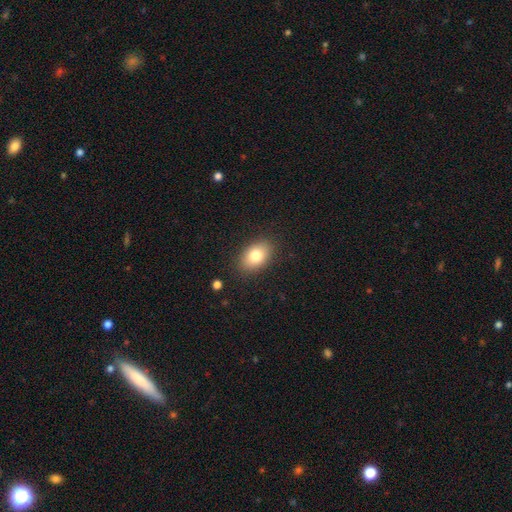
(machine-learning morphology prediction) Smooth or featured?
  - smooth: 80% *
  - featured or disk: 12%
  - star or artifact: 9%
How rounded?
  - in between: 85% *
  - round: 14%
  - cigar-shaped: 1%
Merging?
  - none: 86% *
  - minor disturbance: 10%
  - major disturbance: 3%
  - merger: 1%